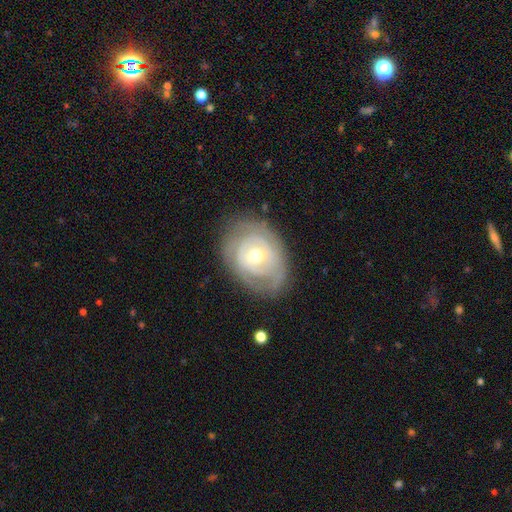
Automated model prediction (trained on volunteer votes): This is likely a featured or disk galaxy (72%). It is clearly not viewed edge-on (96%). Bar: likely no (67%). Spiral arm pattern: likely yes (69%). Central bulge: possibly moderate (54%). Merging: likely none (73%).